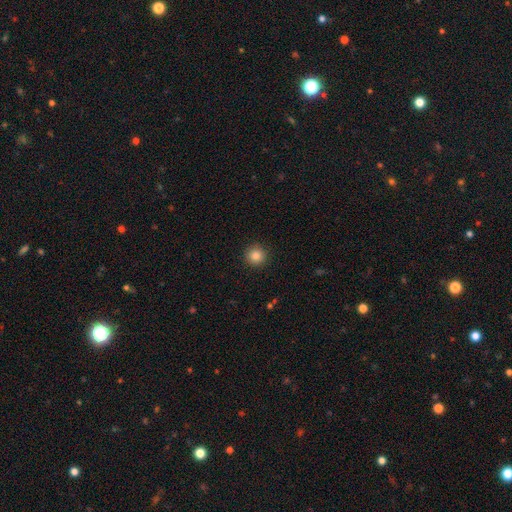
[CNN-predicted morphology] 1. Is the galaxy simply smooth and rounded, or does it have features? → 84% smooth, 11% star or artifact, 5% featured or disk.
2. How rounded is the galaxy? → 94% round, 5% in between, 1% cigar-shaped.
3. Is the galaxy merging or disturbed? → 91% none, 6% minor disturbance, 2% major disturbance, 1% merger.